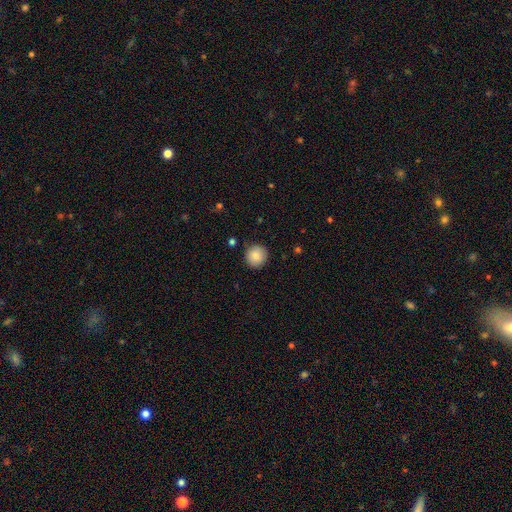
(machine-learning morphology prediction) Smooth or featured?
  - smooth: 84% *
  - star or artifact: 8%
  - featured or disk: 7%
How rounded?
  - round: 95% *
  - in between: 4%
  - cigar-shaped: 1%
Merging?
  - none: 89% *
  - minor disturbance: 8%
  - major disturbance: 2%
  - merger: 1%